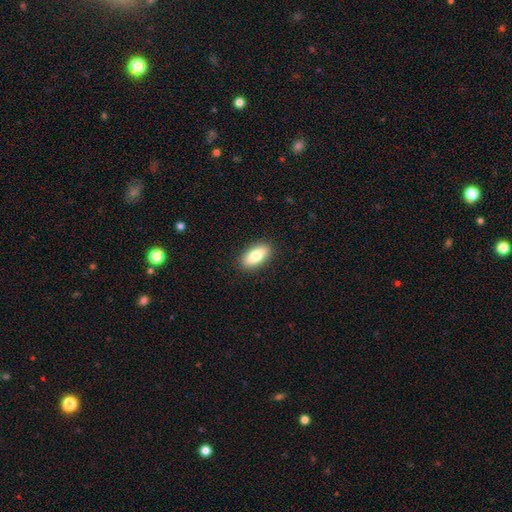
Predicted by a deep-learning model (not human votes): smooth_or_featured: smooth (p=0.80) [alt: featured or disk p=0.13]
how_rounded: in between (p=0.86) [alt: cigar-shaped p=0.11]
merging: none (p=0.89) [alt: minor disturbance p=0.08]